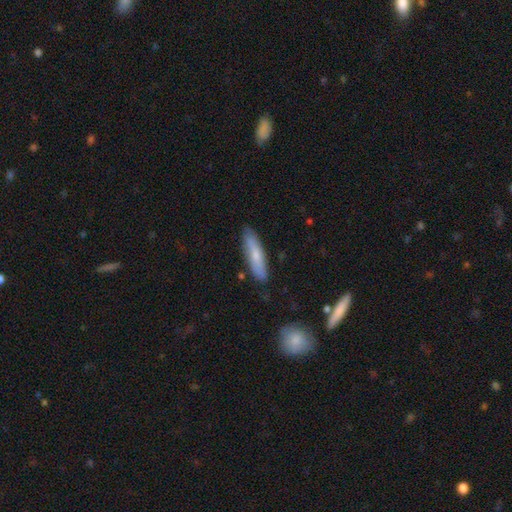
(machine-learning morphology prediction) Q: Smooth or featured?
A: smooth (68%); runner-up: featured or disk (26%)
Q: How rounded?
A: cigar-shaped (74%); runner-up: in between (24%)
Q: Merging?
A: none (84%); runner-up: minor disturbance (12%)